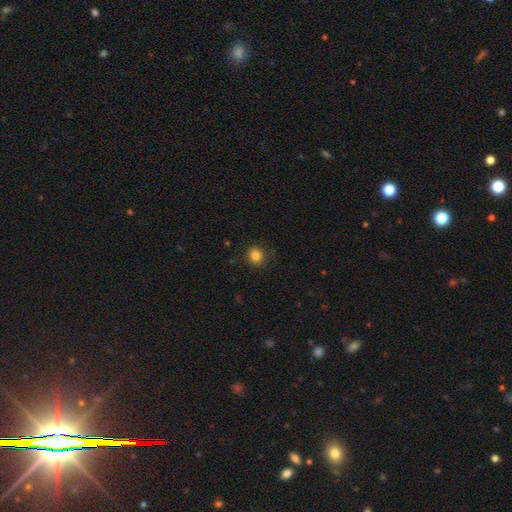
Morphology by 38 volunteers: Smooth or featured?
  - smooth: 89% *
  - star or artifact: 11%
  - featured or disk: 0%
How rounded?
  - round: 91% *
  - in between: 9%
  - cigar-shaped: 0%
Merging?
  - none: 97% *
  - major disturbance: 3%
  - minor disturbance: 0%
  - merger: 0%